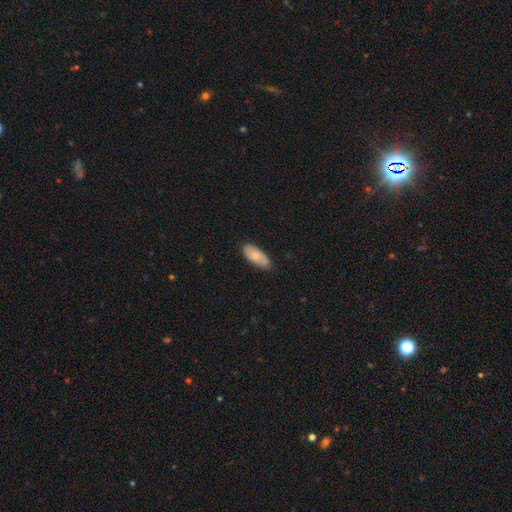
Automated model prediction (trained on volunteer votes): Overall: smooth (69%). How rounded: in between (86%). Merging: none (80%).